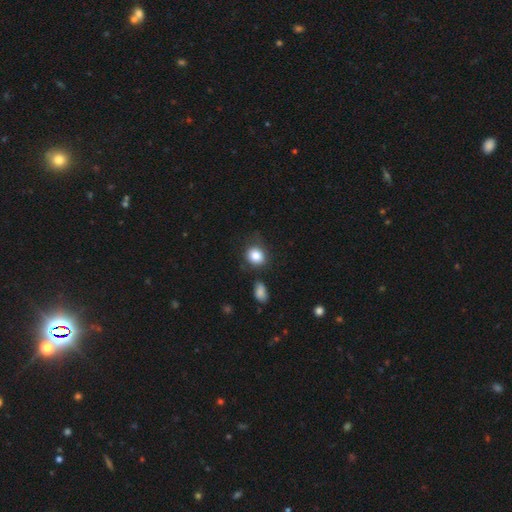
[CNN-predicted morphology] smooth_or_featured: smooth (p=0.83) [alt: star or artifact p=0.09]
how_rounded: round (p=0.71) [alt: in between p=0.28]
merging: none (p=0.72) [alt: minor disturbance p=0.18]